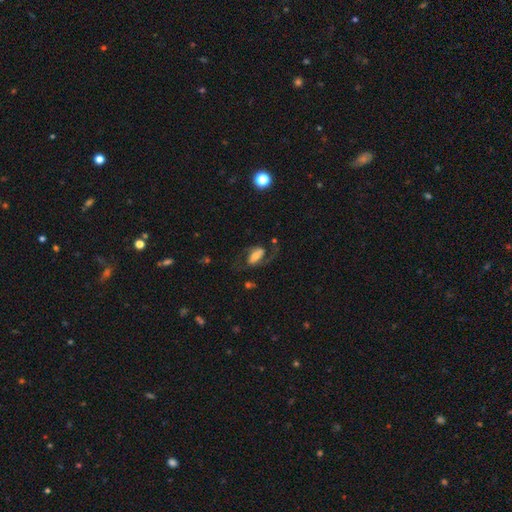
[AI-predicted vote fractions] smooth-or-featured: featured or disk: 63% | smooth: 29% | star or artifact: 8%
  disk-edge-on: no: 94% | yes: 6%
    bar: strong: 35% | weak: 33% | no: 32%
    has-spiral-arms: yes: 80% | no: 20%
    bulge-size: moderate: 53% | small: 26% | large: 15% | dominant: 3% | none: 2%
  merging: none: 58% | major disturbance: 22% | minor disturbance: 16% | merger: 3%